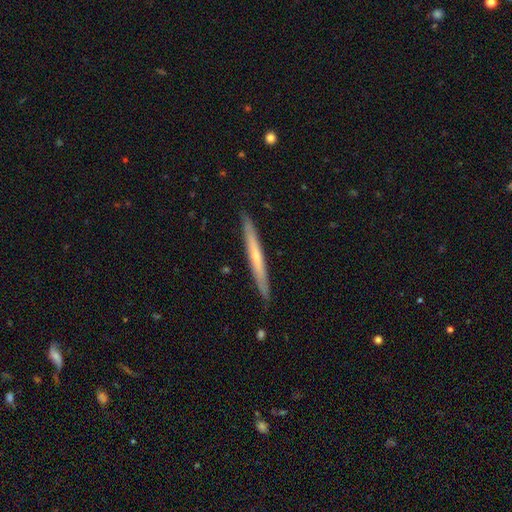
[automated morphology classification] A featured or disk galaxy (56%) viewed edge-on (95%) with no central bulge (54%).

Vote fractions:
- Smooth or featured? featured or disk: 56% / smooth: 38% / star or artifact: 5%
- Edge-on disk? yes: 95% / no: 5%
- Edge-on bulge? none: 54% / rounded: 43% / boxy: 3%
- Merging? none: 90% / minor disturbance: 7% / major disturbance: 1% / merger: 1%